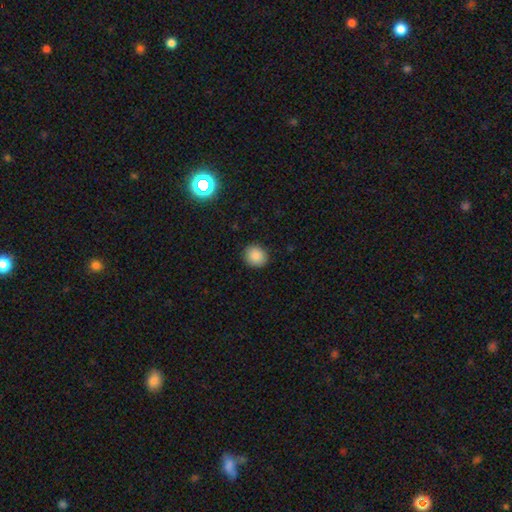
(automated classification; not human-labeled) smooth 87%, star or artifact 10%, featured or disk 3%. Down the decision tree: how rounded — round (83%); merging — none (90%).